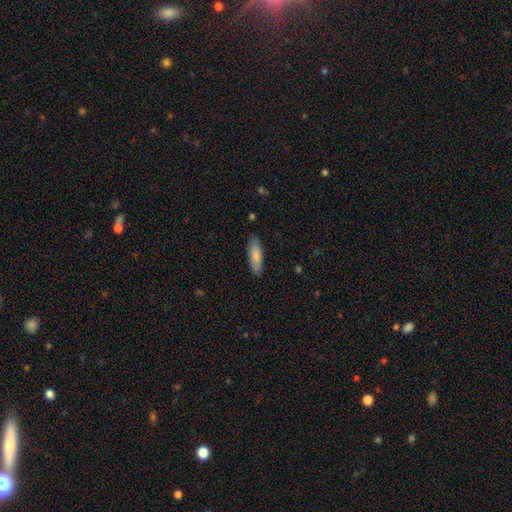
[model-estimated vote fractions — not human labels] Morphology: type=smooth (83%); roundness=in between (53%); merging=none (86%).